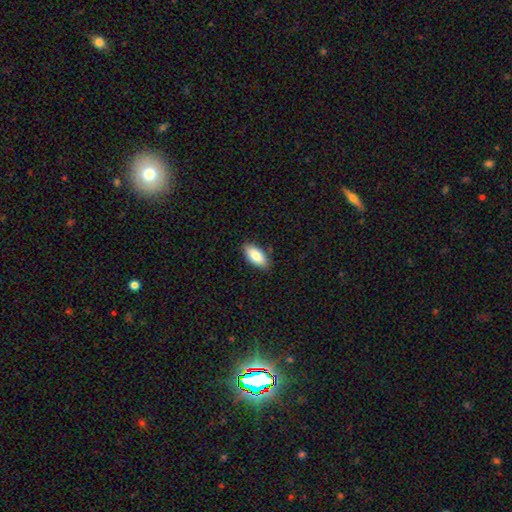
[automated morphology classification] Smooth or featured: smooth — 84% (featured or disk — 9%)
How rounded: in between — 90% (cigar-shaped — 8%)
Merging: none — 87% (minor disturbance — 10%)